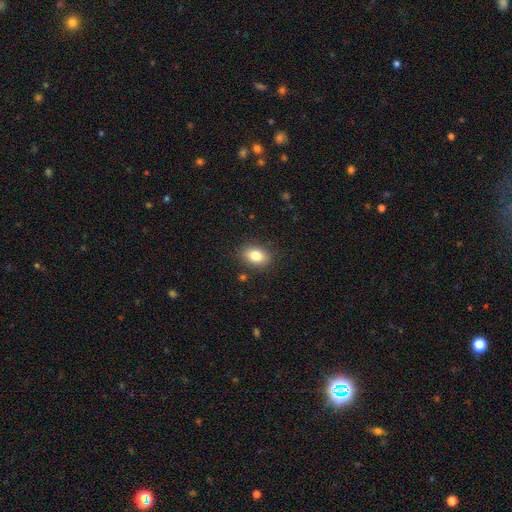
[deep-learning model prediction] Morphology: type=smooth (82%); roundness=in between (82%); merging=none (86%).